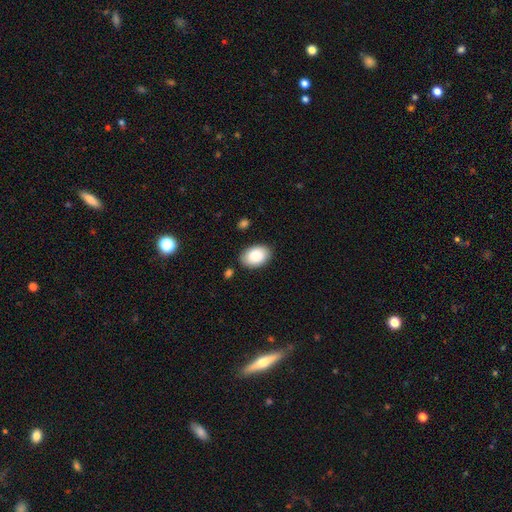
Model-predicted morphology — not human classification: smooth 88%, star or artifact 6%, featured or disk 6%. Down the decision tree: how rounded — in between (88%); merging — none (84%).